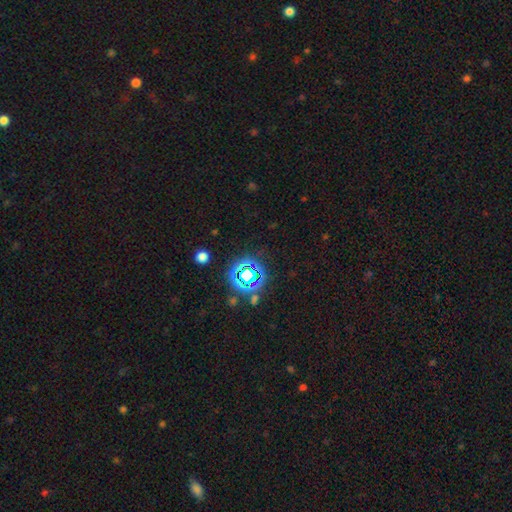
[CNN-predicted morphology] Smooth or featured: star or artifact — 72% (smooth — 21%)